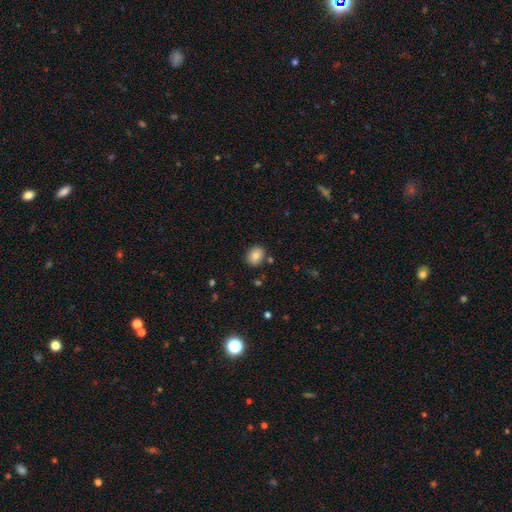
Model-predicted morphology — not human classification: Smooth or featured: smooth — 82% (featured or disk — 9%)
How rounded: in between — 54% (round — 45%)
Merging: none — 85% (minor disturbance — 10%)